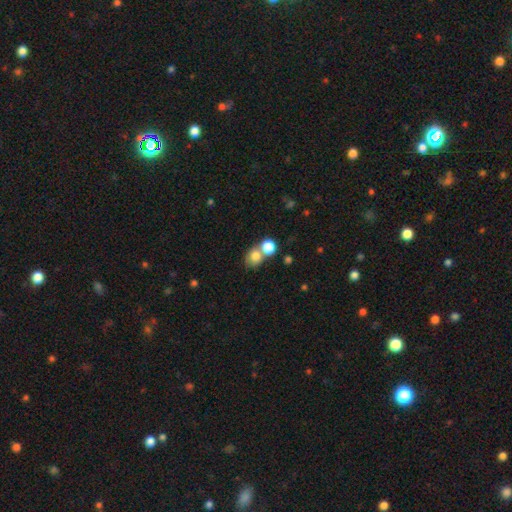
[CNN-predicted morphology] A smooth galaxy with no disk features (79%) that is round (65%). Merging: merger (48%).